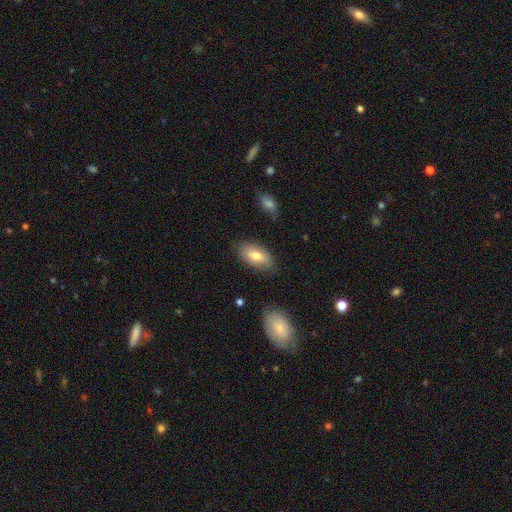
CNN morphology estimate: smooth_or_featured: smooth (p=0.73) [alt: featured or disk p=0.21]
how_rounded: in between (p=0.91) [alt: cigar-shaped p=0.06]
merging: none (p=0.80) [alt: minor disturbance p=0.15]